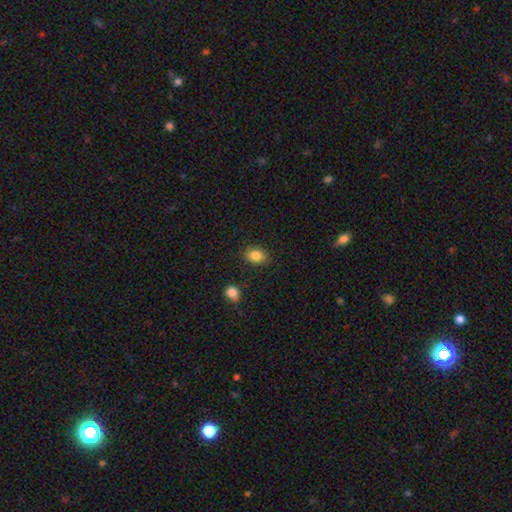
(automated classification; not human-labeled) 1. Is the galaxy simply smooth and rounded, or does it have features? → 85% smooth, 9% star or artifact, 6% featured or disk.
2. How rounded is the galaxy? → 66% in between, 33% round, 1% cigar-shaped.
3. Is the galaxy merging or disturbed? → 85% none, 11% minor disturbance, 2% major disturbance, 2% merger.